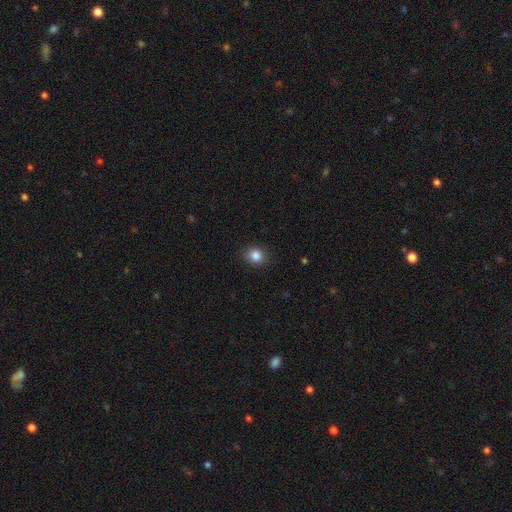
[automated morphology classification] Smooth or featured? Predicted: smooth (p=0.85). How rounded? Predicted: round (p=0.74). Merging? Predicted: none (p=0.87).